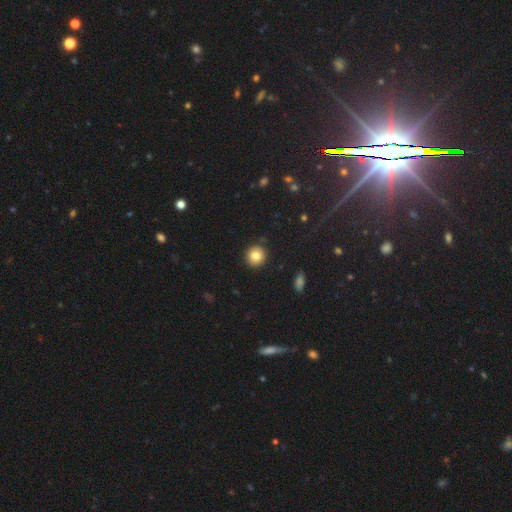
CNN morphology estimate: Smooth or featured? Predicted: smooth (p=0.83). How rounded? Predicted: round (p=0.91). Merging? Predicted: none (p=0.90).